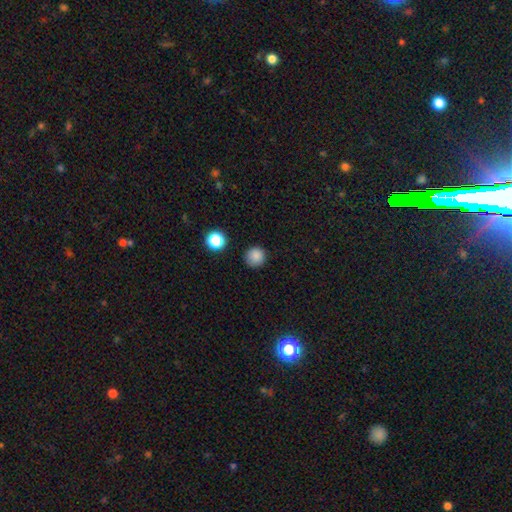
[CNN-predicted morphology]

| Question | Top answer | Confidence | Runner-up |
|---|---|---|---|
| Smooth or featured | smooth | 84% | star or artifact (12%) |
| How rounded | round | 95% | in between (4%) |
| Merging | none | 88% | minor disturbance (8%) |